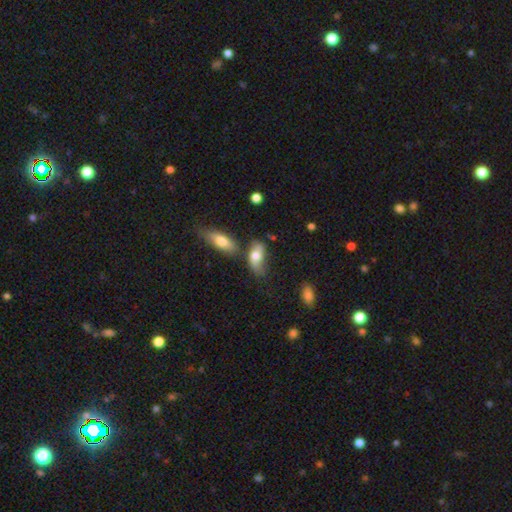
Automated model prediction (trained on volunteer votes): Smooth or featured: smooth — 70% (featured or disk — 22%)
How rounded: in between — 88% (round — 6%)
Merging: none — 42% (minor disturbance — 26%)